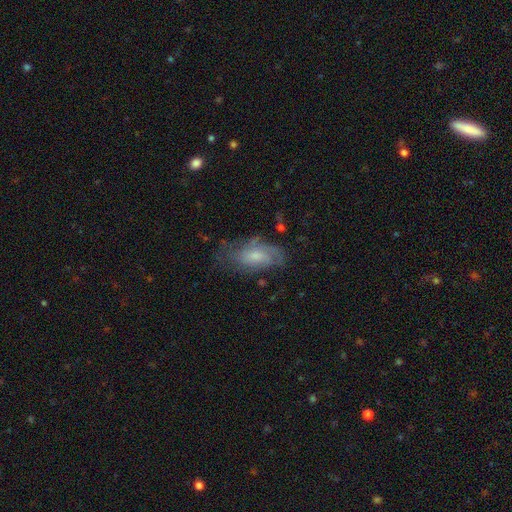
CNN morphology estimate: This appears to be a featured or disk galaxy (55%) with no bar (67%), spiral arms (78%) and a small central bulge (45%). Merging: none (58%).